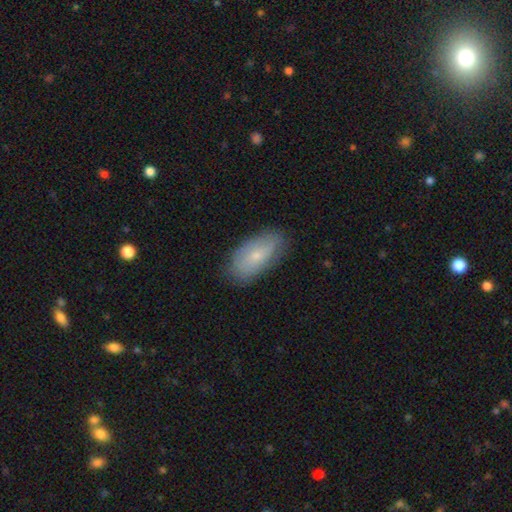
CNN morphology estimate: type=smooth (62%); roundness=in between (90%); merging=none (78%).